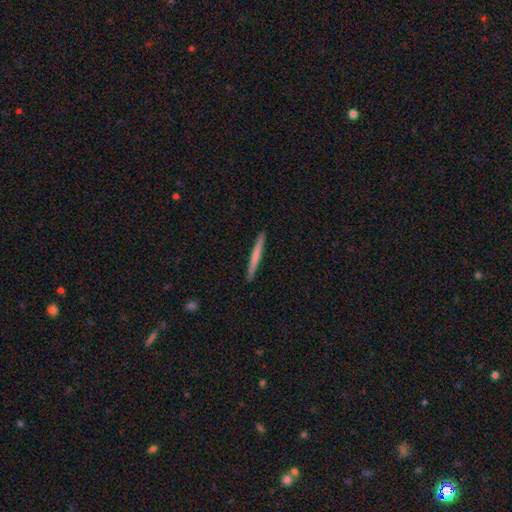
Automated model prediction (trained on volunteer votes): Smooth or featured?
  - smooth: 60% *
  - featured or disk: 34%
  - star or artifact: 5%
How rounded?
  - cigar-shaped: 97% *
  - in between: 2%
  - round: 1%
Merging?
  - none: 92% *
  - minor disturbance: 6%
  - major disturbance: 1%
  - merger: 1%